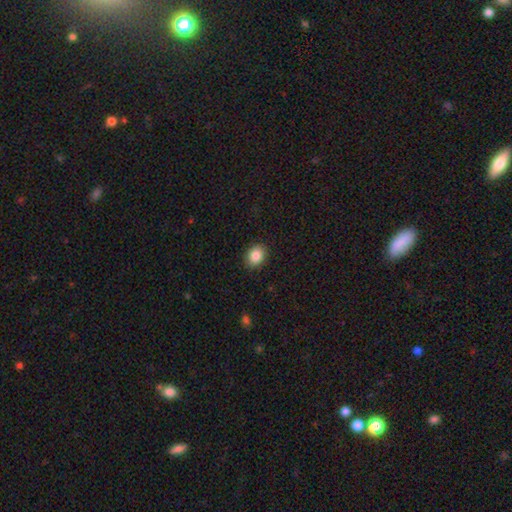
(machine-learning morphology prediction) A smooth galaxy with no disk features (86%) that is in between round and cigar-shaped (61%). Merging: none (89%).